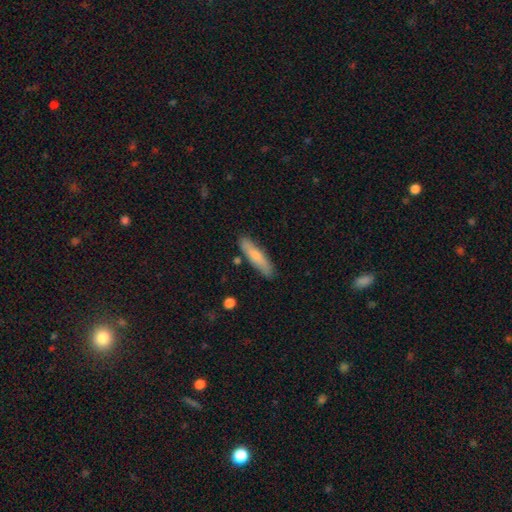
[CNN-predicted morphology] smooth 74%, featured or disk 21%, star or artifact 6%. Down the decision tree: how rounded — cigar-shaped (78%); merging — none (83%).